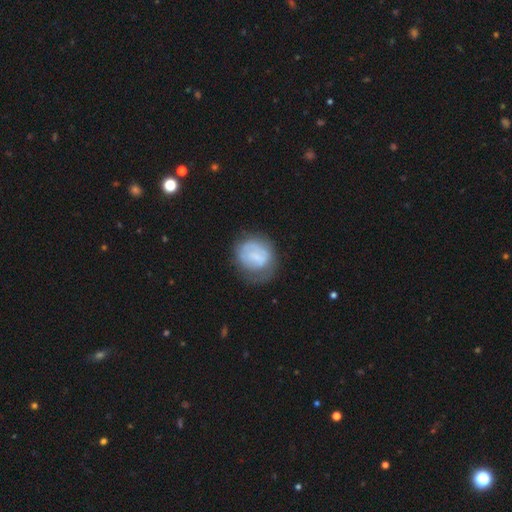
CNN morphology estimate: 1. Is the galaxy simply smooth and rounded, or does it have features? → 55% smooth, 37% featured or disk, 8% star or artifact.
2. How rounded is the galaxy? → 72% round, 27% in between, 1% cigar-shaped.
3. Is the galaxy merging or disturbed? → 49% none, 28% minor disturbance, 21% major disturbance, 2% merger.